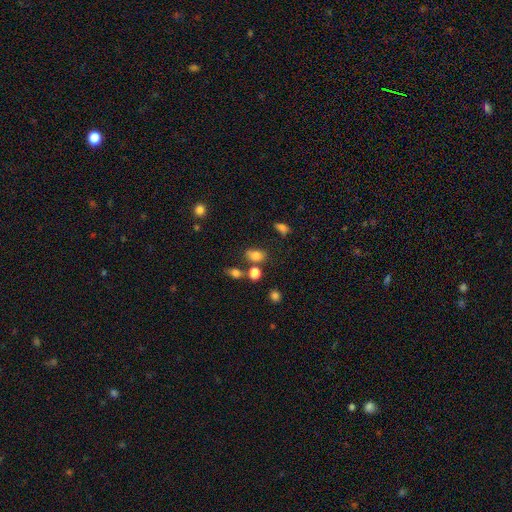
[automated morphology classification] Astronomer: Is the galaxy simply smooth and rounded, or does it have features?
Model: smooth — 77%.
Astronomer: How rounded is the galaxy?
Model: in between — 74%.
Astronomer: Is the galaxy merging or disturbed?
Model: none — 62%.